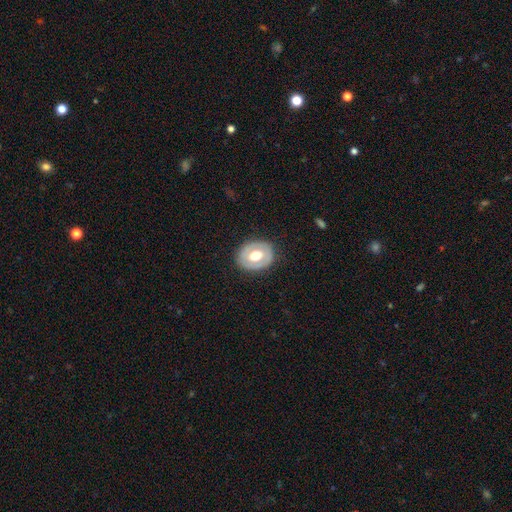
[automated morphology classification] smooth_or_featured: smooth (p=0.49) [alt: featured or disk p=0.45]
merging: none (p=0.84) [alt: minor disturbance p=0.11]